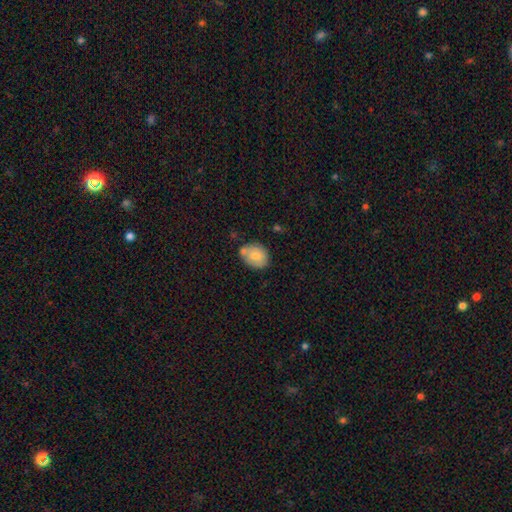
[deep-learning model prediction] Overall: smooth (77%). How rounded: in between (59%; round 40%). Merging: none (62%).